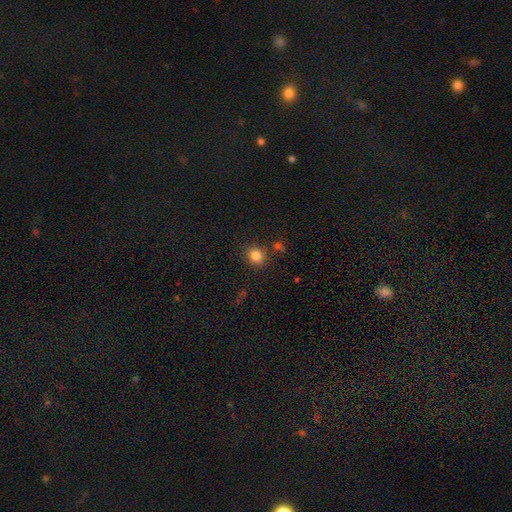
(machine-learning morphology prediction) Smooth or featured? smooth (83%)
How rounded? round (81%)
Merging? none (83%)